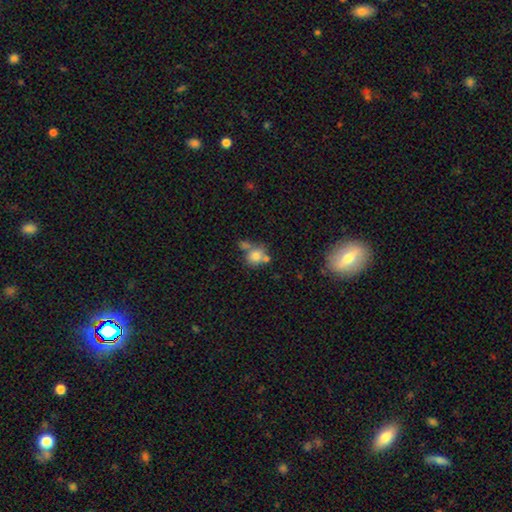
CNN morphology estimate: Q: Smooth or featured?
A: smooth (76%); runner-up: featured or disk (13%)
Q: How rounded?
A: round (79%); runner-up: in between (20%)
Q: Merging?
A: none (45%); runner-up: merger (34%)